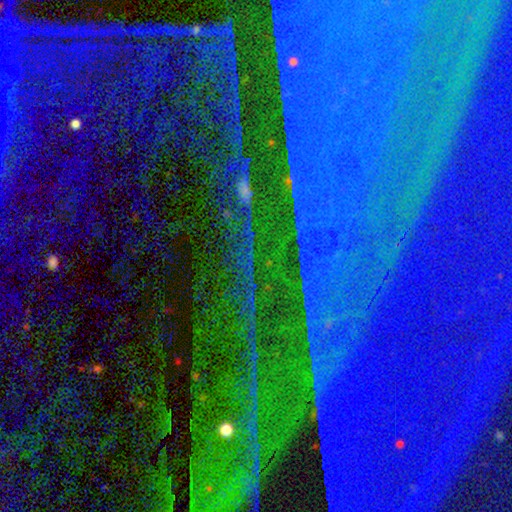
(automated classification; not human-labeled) Smooth or featured? Predicted: star or artifact (p=0.86).